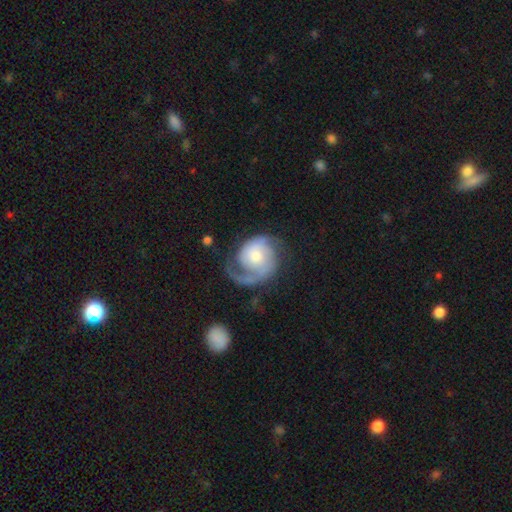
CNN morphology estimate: Smooth or featured? featured or disk (82%)
Edge-on disk? no (98%)
Bar? no (72%)
Spiral arms? yes (95%)
Spiral winding? medium (43%)
Spiral arm count? 2 (57%)
Bulge size? moderate (47%)
Merging? none (53%)